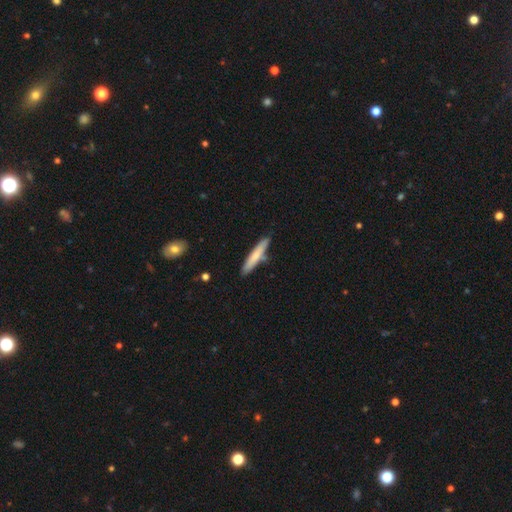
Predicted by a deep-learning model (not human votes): Morphology: type=smooth (70%); roundness=cigar-shaped (91%); merging=none (80%).